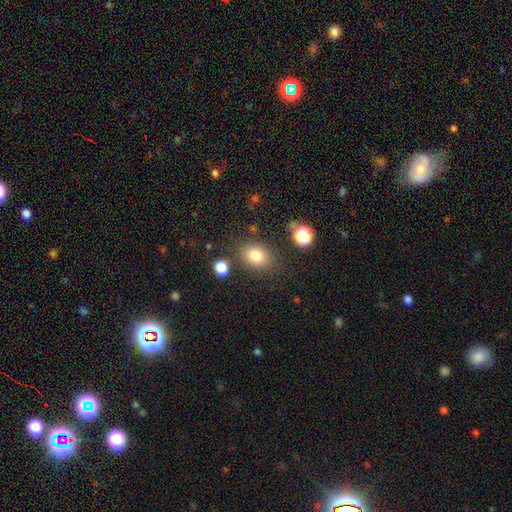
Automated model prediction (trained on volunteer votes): Morphology: type=smooth (81%); roundness=in between (63%); merging=none (78%).